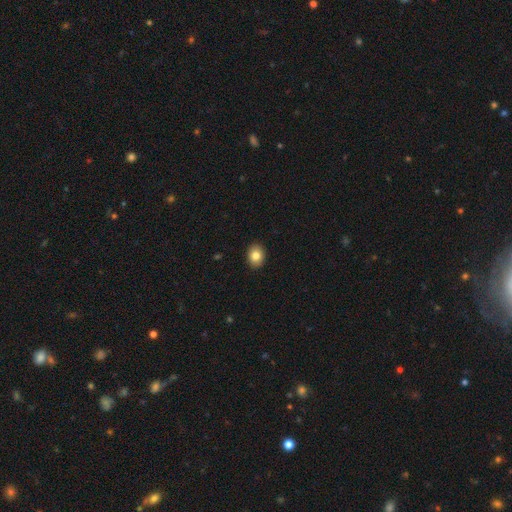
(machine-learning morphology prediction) Overall: smooth (83%). How rounded: in between (59%; round 40%). Merging: none (91%).